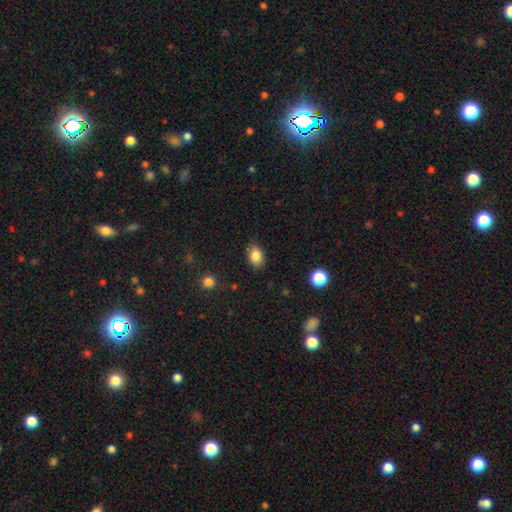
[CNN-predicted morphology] Overall: smooth (85%). How rounded: in between (80%). Merging: none (85%).